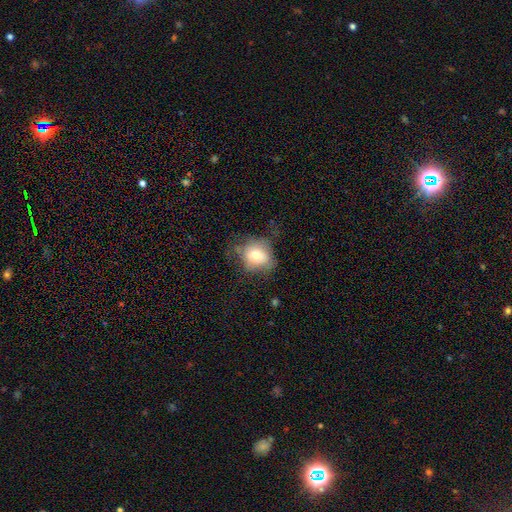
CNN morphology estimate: Q: Smooth or featured?
A: smooth (69%); runner-up: featured or disk (21%)
Q: How rounded?
A: round (67%); runner-up: in between (32%)
Q: Merging?
A: none (50%); runner-up: minor disturbance (28%)